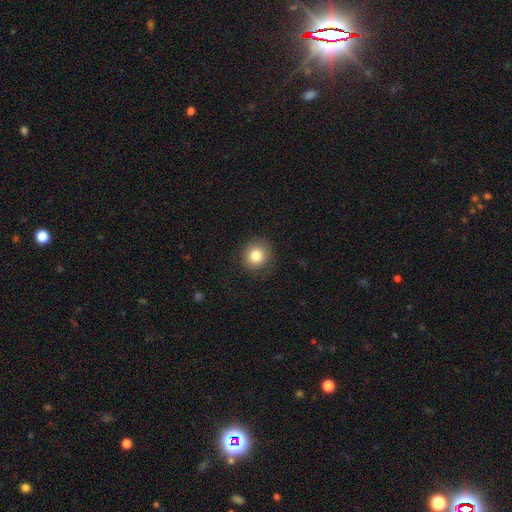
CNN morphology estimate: Q: Smooth or featured?
A: smooth (82%); runner-up: star or artifact (10%)
Q: How rounded?
A: round (88%); runner-up: in between (11%)
Q: Merging?
A: none (88%); runner-up: minor disturbance (8%)